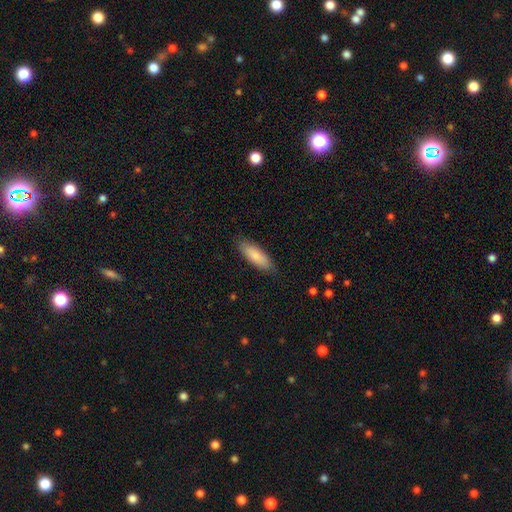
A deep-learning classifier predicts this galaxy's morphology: smooth_or_featured: smooth (p=0.82) [alt: featured or disk p=0.13]
how_rounded: in between (p=0.59) [alt: cigar-shaped p=0.39]
merging: none (p=0.84) [alt: minor disturbance p=0.13]